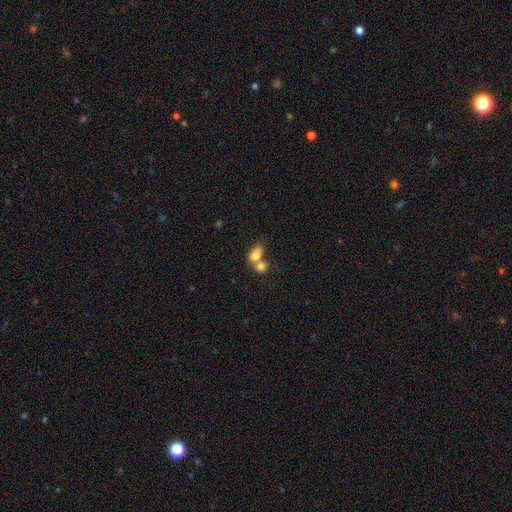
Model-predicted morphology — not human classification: Smooth or featured? smooth (78%)
How rounded? in between (75%)
Merging? merger (64%)